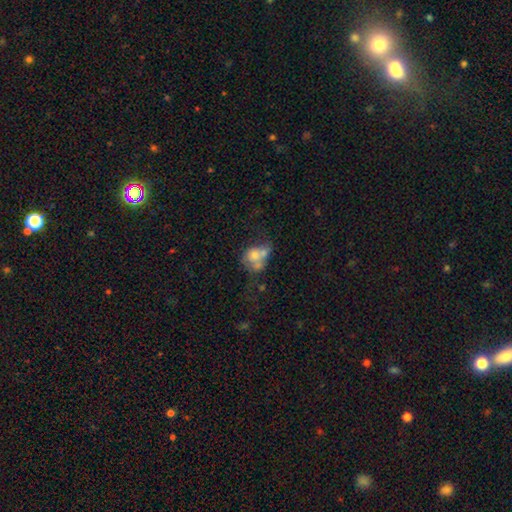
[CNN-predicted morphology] Smooth or featured: smooth — 57% (featured or disk — 33%)
How rounded: round — 50% (in between — 48%)
Merging: merger — 52% (none — 18%)